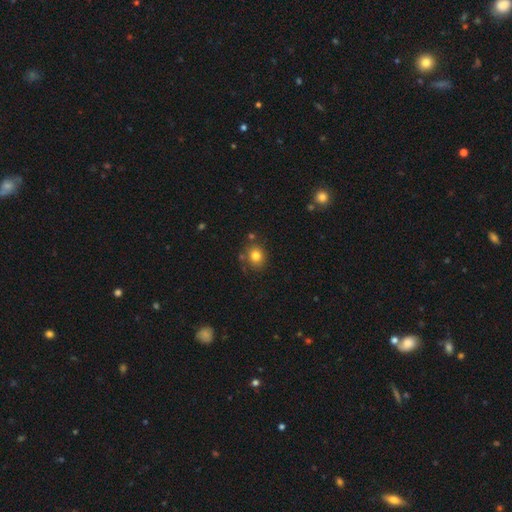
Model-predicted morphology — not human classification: Smooth or featured?
  - smooth: 80% *
  - star or artifact: 11%
  - featured or disk: 8%
How rounded?
  - round: 72% *
  - in between: 28%
  - cigar-shaped: 1%
Merging?
  - none: 75% *
  - minor disturbance: 14%
  - merger: 7%
  - major disturbance: 4%